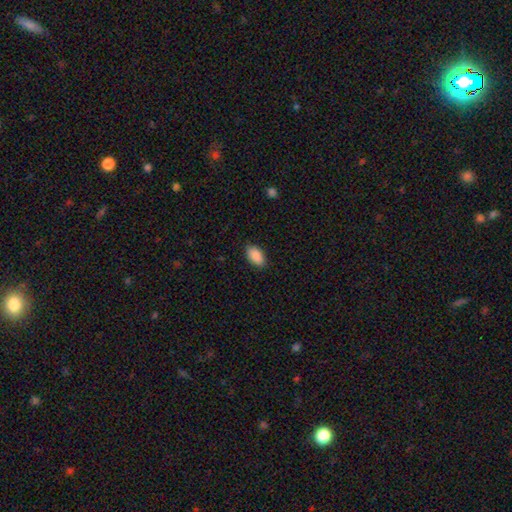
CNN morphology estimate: type=smooth (90%); roundness=in between (94%); merging=none (87%).